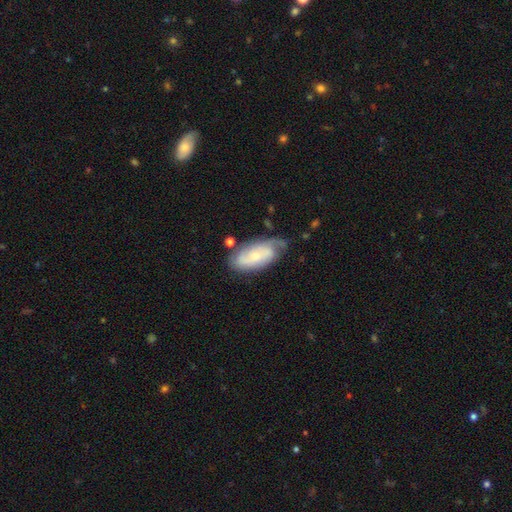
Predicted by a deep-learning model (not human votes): The model was most divided on "smooth or featured": featured or disk: 56%, smooth: 38%, star or artifact: 6%. More confident: edge-on disk — no (92%); spiral arms — yes (82%); bar — no (72%); bulge size — small (67%); merging — none (58%).